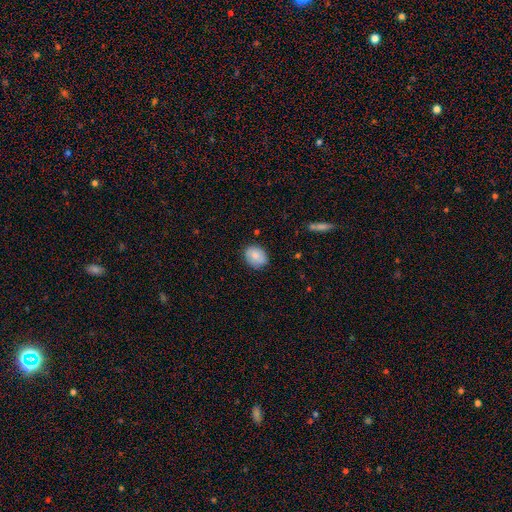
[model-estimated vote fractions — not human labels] A smooth galaxy with no disk features (79%) that is round (53%).

Vote fractions:
- Smooth or featured? smooth: 79% / featured or disk: 13% / star or artifact: 7%
- How rounded? round: 53% / in between: 46% / cigar-shaped: 1%
- Merging? none: 82% / minor disturbance: 15% / major disturbance: 3% / merger: 1%